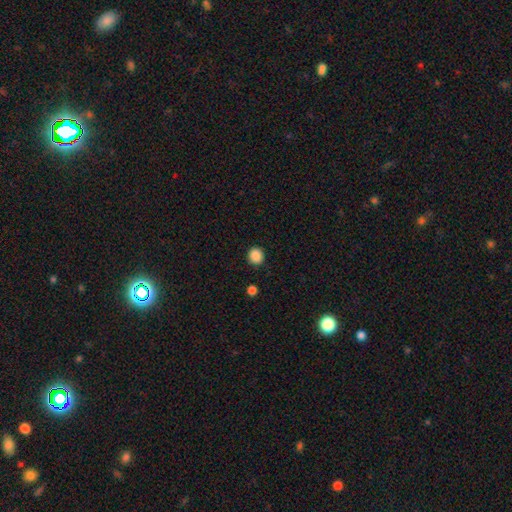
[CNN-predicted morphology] Smooth or featured?
  - smooth: 88% *
  - star or artifact: 10%
  - featured or disk: 2%
How rounded?
  - round: 86% *
  - in between: 13%
  - cigar-shaped: 1%
Merging?
  - none: 90% *
  - minor disturbance: 7%
  - major disturbance: 2%
  - merger: 1%